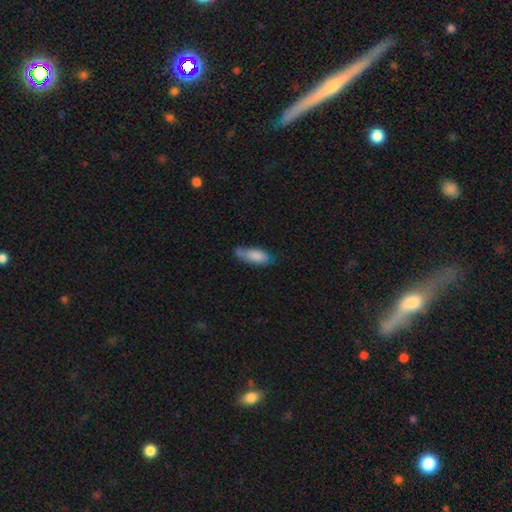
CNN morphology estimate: type=smooth (78%); roundness=in between (76%); merging=none (46%).